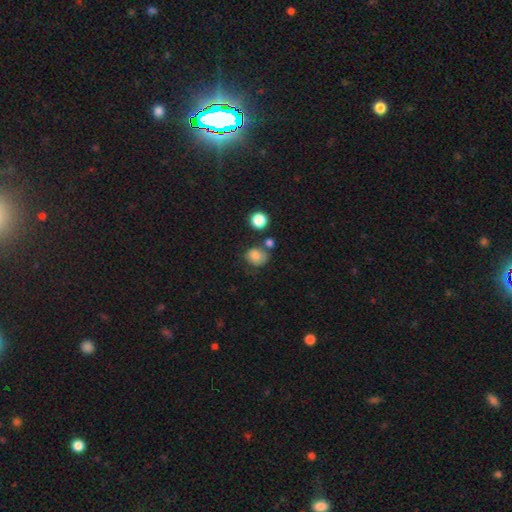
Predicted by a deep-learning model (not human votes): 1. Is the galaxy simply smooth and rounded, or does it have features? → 76% smooth, 12% featured or disk, 11% star or artifact.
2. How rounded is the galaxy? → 69% round, 30% in between, 1% cigar-shaped.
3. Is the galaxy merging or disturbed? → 55% none, 23% minor disturbance, 13% merger, 9% major disturbance.